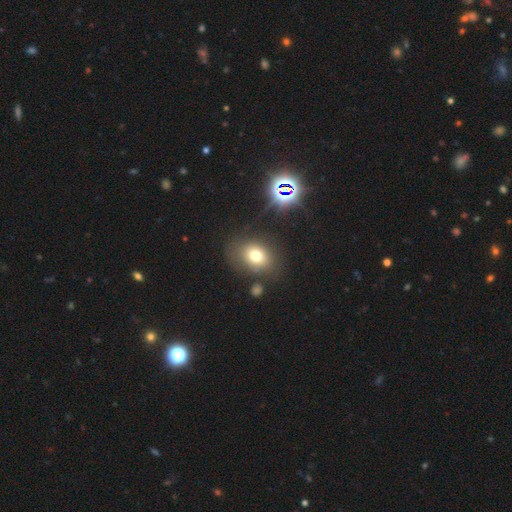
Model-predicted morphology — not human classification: smooth-or-featured: smooth: 72% | star or artifact: 16% | featured or disk: 12%
  how-rounded: in between: 57% | round: 41% | cigar-shaped: 1%
  merging: none: 75% | minor disturbance: 15% | major disturbance: 6% | merger: 4%